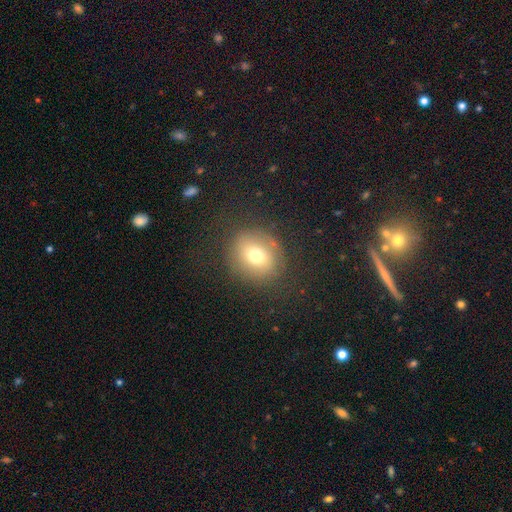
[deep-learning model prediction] A smooth galaxy with no disk features (70%) that is round (77%). Merging: none (81%).